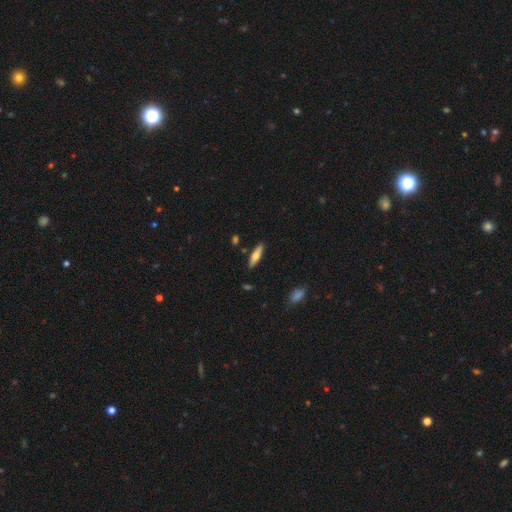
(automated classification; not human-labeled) smooth-or-featured: smooth: 62% | featured or disk: 32% | star or artifact: 6%
  how-rounded: cigar-shaped: 66% | in between: 32% | round: 2%
  merging: none: 87% | minor disturbance: 9% | merger: 3% | major disturbance: 2%